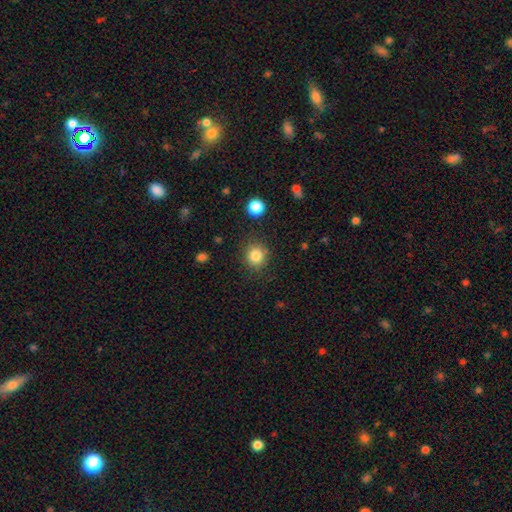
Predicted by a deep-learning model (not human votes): This is clearly a smooth galaxy (83%). How rounded: clearly round (86%). Merging: clearly none (85%).